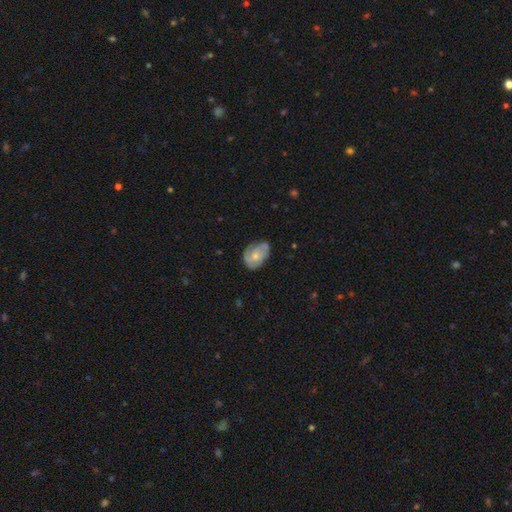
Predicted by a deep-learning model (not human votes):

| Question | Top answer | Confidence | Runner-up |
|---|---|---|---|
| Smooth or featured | featured or disk | 52% | smooth (41%) |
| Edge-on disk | no | 97% | yes (3%) |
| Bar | no | 78% | weak (19%) |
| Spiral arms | yes | 70% | no (30%) |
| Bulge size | moderate | 47% | small (42%) |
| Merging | none | 54% | minor disturbance (31%) |